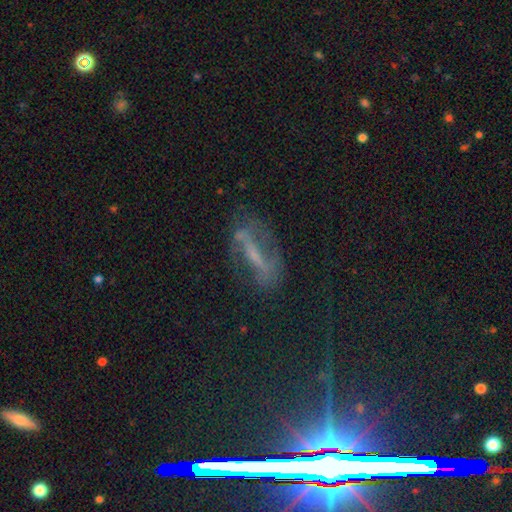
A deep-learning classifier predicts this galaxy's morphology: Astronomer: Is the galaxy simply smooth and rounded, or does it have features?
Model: featured or disk — 53%.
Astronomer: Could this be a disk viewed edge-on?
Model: no — 73%.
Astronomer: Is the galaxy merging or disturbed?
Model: none — 60%.